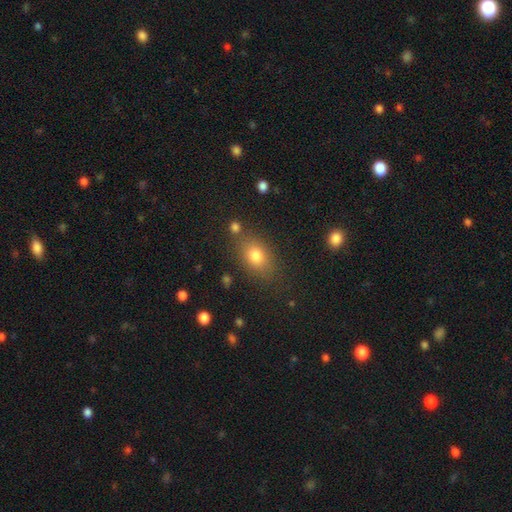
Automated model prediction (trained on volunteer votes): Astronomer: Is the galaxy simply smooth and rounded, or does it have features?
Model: smooth — 77%.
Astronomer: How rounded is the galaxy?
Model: in between — 72%.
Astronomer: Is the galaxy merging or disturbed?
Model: none — 78%.